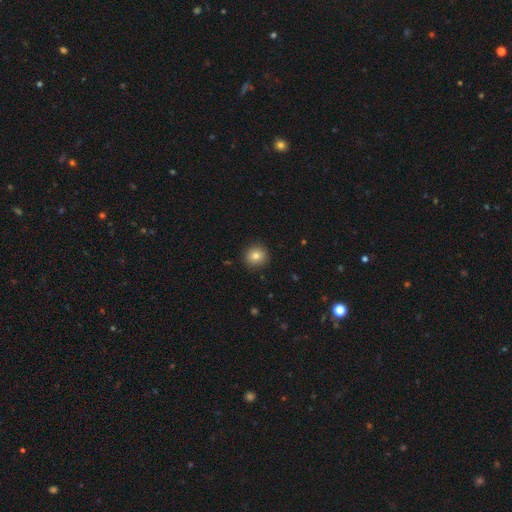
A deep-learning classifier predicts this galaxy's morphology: Overall: smooth (82%). How rounded: round (90%). Merging: none (90%).